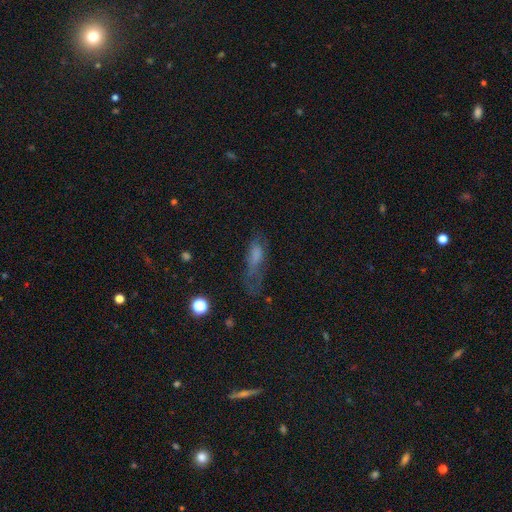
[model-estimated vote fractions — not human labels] Smooth or featured? Predicted: smooth (p=0.57). How rounded? Predicted: in between (p=0.57). Merging? Predicted: major disturbance (p=0.36).